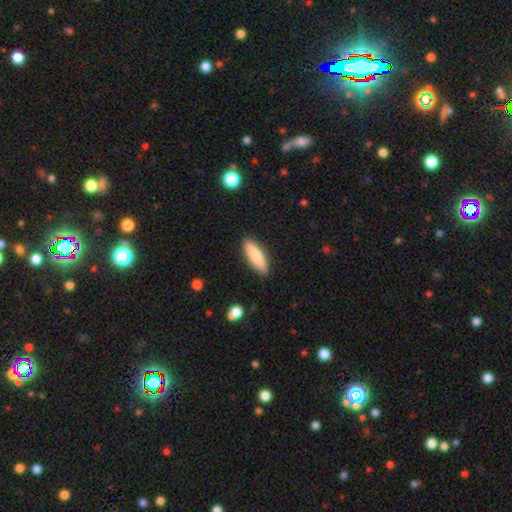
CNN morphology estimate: This is likely a smooth galaxy (80%). How rounded: likely cigar-shaped (63%). Merging: clearly none (88%).